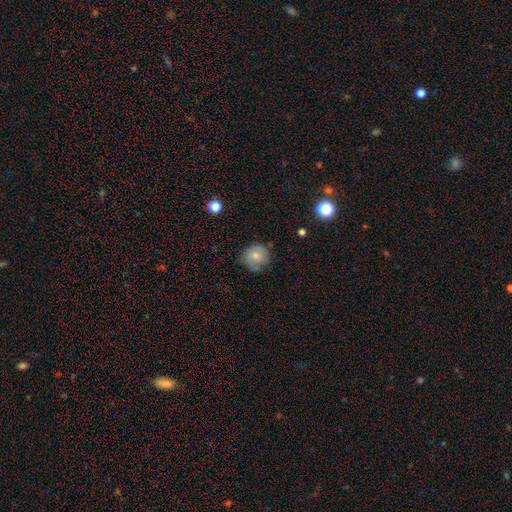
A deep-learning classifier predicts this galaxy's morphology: smooth 72%, featured or disk 19%, star or artifact 9%. Down the decision tree: how rounded — round (87%); merging — none (63%).